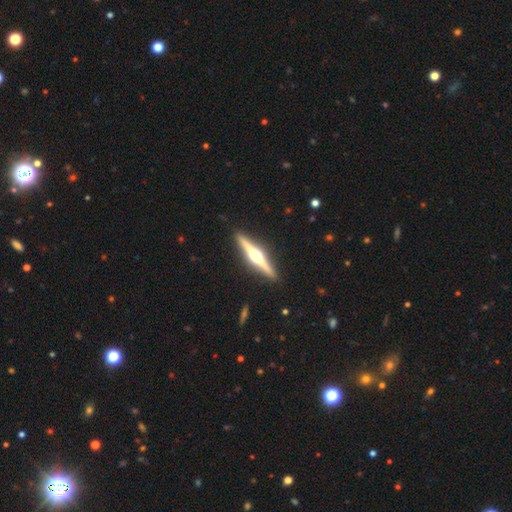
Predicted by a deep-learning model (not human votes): smooth_or_featured: featured or disk (p=0.82) [alt: smooth p=0.14]
disk_edge_on: yes (p=0.98) [alt: no p=0.02]
edge_on_bulge: rounded (p=0.96) [alt: boxy p=0.02]
merging: none (p=0.92) [alt: minor disturbance p=0.05]